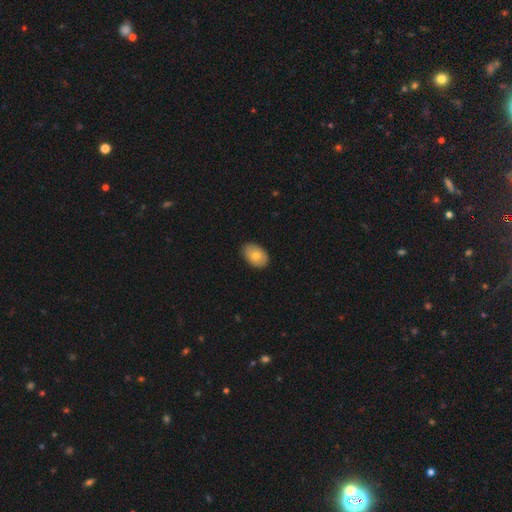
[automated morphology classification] Smooth or featured? Predicted: smooth (p=0.74). How rounded? Predicted: in between (p=0.87). Merging? Predicted: none (p=0.86).